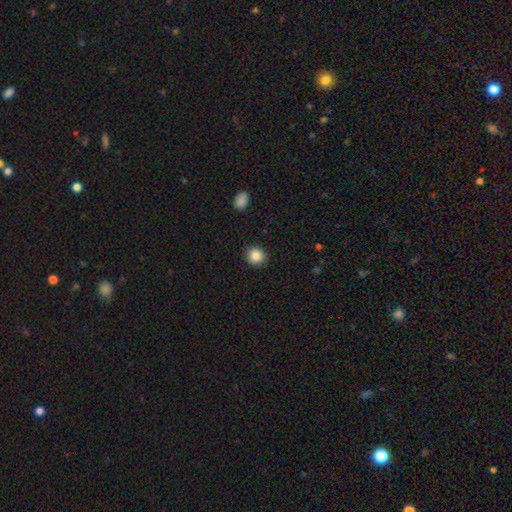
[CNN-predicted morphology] Smooth or featured?
  - smooth: 87% *
  - star or artifact: 9%
  - featured or disk: 4%
How rounded?
  - round: 91% *
  - in between: 8%
  - cigar-shaped: 1%
Merging?
  - none: 91% *
  - minor disturbance: 6%
  - major disturbance: 2%
  - merger: 1%